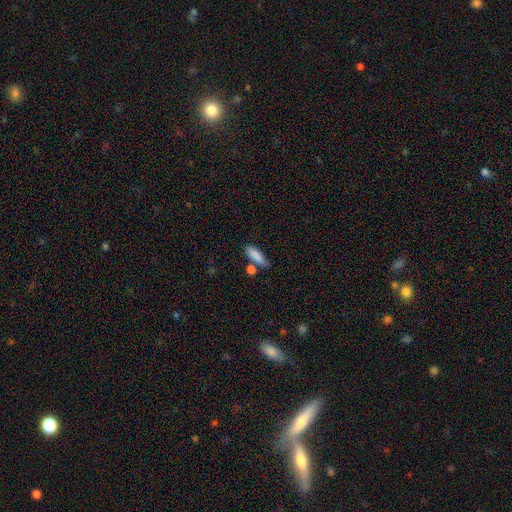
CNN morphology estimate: Smooth or featured? smooth (86%)
How rounded? in between (60%)
Merging? none (64%)